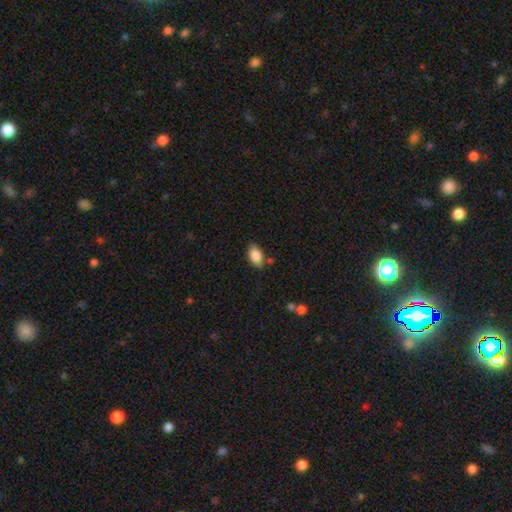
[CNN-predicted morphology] smooth 86%, star or artifact 7%, featured or disk 7%. Down the decision tree: how rounded — in between (92%); merging — none (77%).